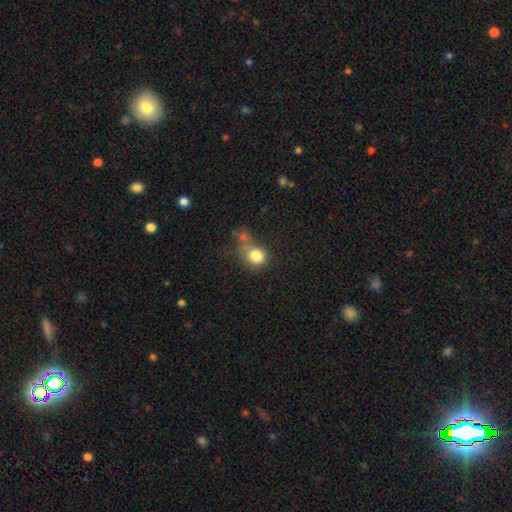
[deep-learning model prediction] smooth_or_featured: smooth (p=0.81) [alt: star or artifact p=0.10]
how_rounded: round (p=0.71) [alt: in between p=0.28]
merging: none (p=0.35) [alt: merger p=0.28]